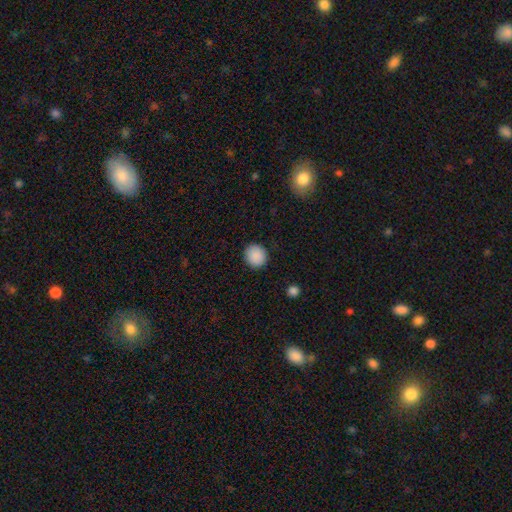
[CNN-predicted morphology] A smooth galaxy with no disk features (90%) that is round (87%). Merging: none (91%).